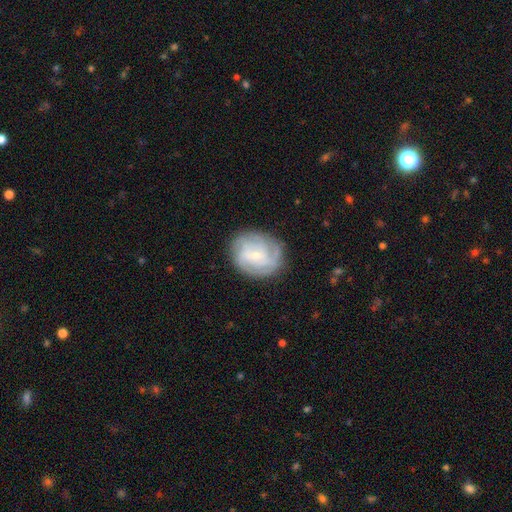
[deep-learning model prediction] Morphology: type=featured or disk (73%); edge-on=no (97%); bar=no (63%); spiral arms=yes (89%); winding=tight (64%); arm count=can't tell (40%); bulge=small (68%); merging=none (78%).